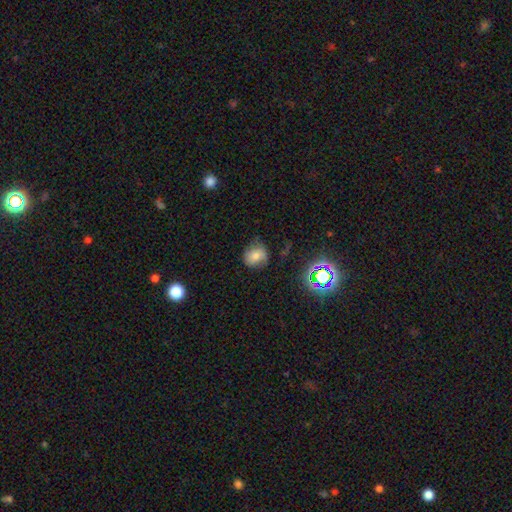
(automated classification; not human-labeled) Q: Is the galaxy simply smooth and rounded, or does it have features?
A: smooth — 67%.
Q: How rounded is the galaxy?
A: round — 71%.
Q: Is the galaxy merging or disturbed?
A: none — 63%.